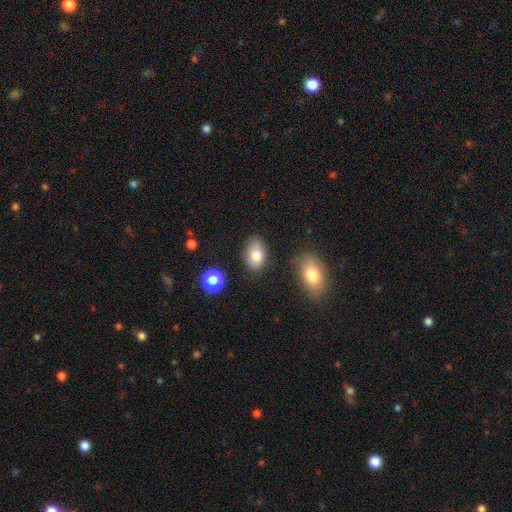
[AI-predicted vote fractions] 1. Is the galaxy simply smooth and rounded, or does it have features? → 82% smooth, 9% featured or disk, 9% star or artifact.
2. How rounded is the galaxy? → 88% in between, 10% round, 1% cigar-shaped.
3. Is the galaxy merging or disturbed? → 78% none, 15% minor disturbance, 4% merger, 4% major disturbance.